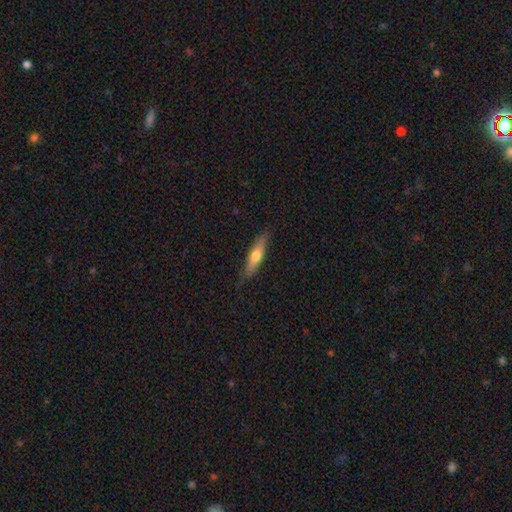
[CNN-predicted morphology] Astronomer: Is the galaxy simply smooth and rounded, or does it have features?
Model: smooth — 57% (runner-up: featured or disk, 37%).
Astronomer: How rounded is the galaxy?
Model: cigar-shaped — 76%.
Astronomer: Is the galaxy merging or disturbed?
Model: none — 80%.